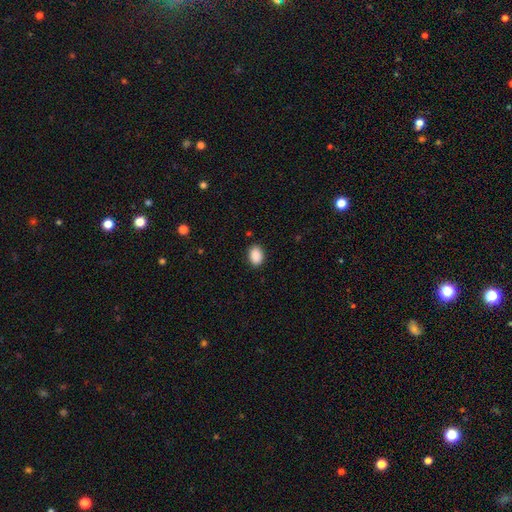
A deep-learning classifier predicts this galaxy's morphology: Smooth or featured? Predicted: smooth (p=0.90). How rounded? Predicted: in between (p=0.80). Merging? Predicted: none (p=0.88).